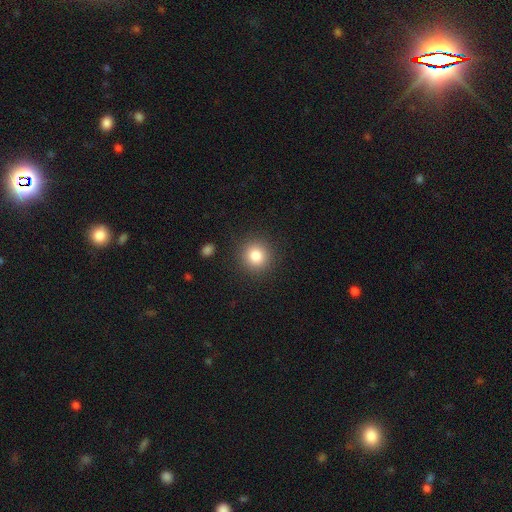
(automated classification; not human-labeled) A smooth galaxy with no disk features (82%) that is round (93%). Merging: none (90%).